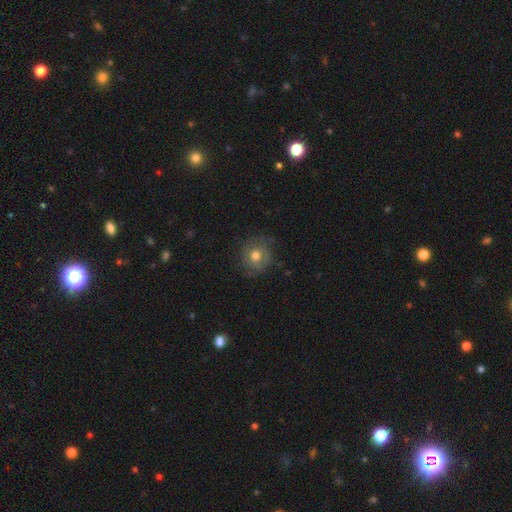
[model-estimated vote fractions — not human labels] Overall: smooth (55%; featured or disk 36%). How rounded: round (83%). Merging: none (69%).